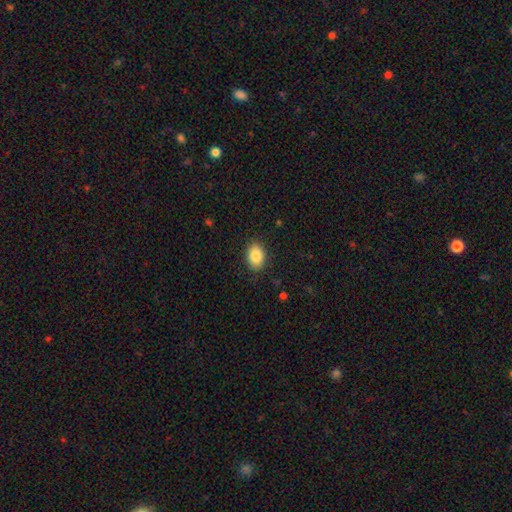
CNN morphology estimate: This is clearly a smooth galaxy (87%). How rounded: clearly in between (83%). Merging: clearly none (87%).